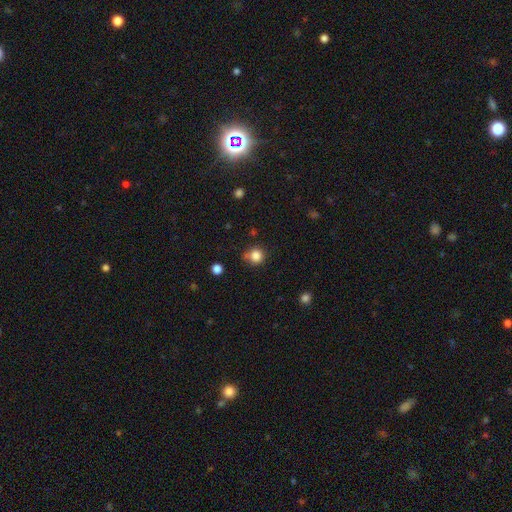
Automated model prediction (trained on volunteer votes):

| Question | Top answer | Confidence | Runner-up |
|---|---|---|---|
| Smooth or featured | smooth | 83% | star or artifact (12%) |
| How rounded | round | 91% | in between (8%) |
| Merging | none | 73% | minor disturbance (18%) |